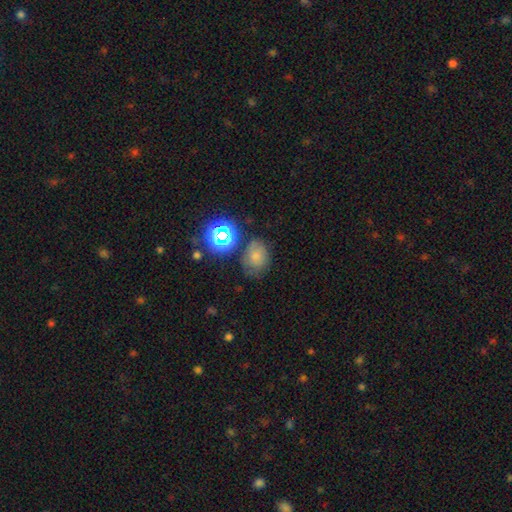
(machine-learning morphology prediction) The model was most divided on "how rounded": in between: 55%, round: 44%, cigar-shaped: 1%. More confident: smooth or featured — smooth (64%); merging — none (60%).